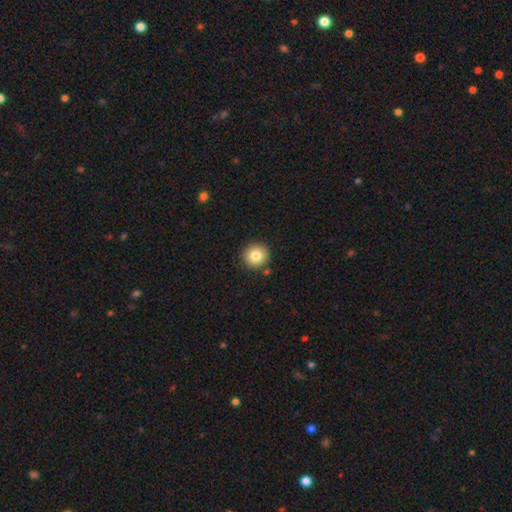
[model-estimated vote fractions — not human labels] This is clearly a smooth galaxy (82%). How rounded: clearly round (94%). Merging: clearly none (87%).